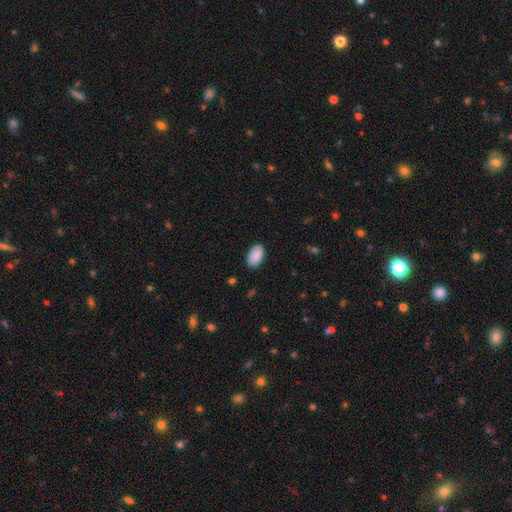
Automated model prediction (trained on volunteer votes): smooth-or-featured: smooth: 86% | featured or disk: 8% | star or artifact: 6%
  how-rounded: in between: 94% | round: 4% | cigar-shaped: 1%
  merging: none: 84% | minor disturbance: 12% | major disturbance: 2% | merger: 1%